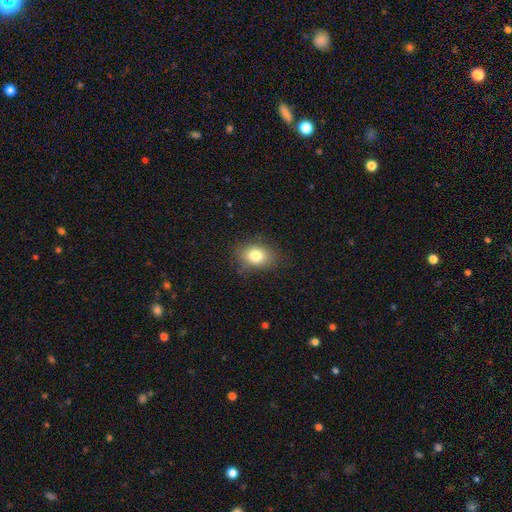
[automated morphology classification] smooth-or-featured: smooth: 80% | star or artifact: 11% | featured or disk: 10%
  how-rounded: in between: 66% | round: 33% | cigar-shaped: 1%
  merging: none: 81% | minor disturbance: 14% | major disturbance: 4% | merger: 1%